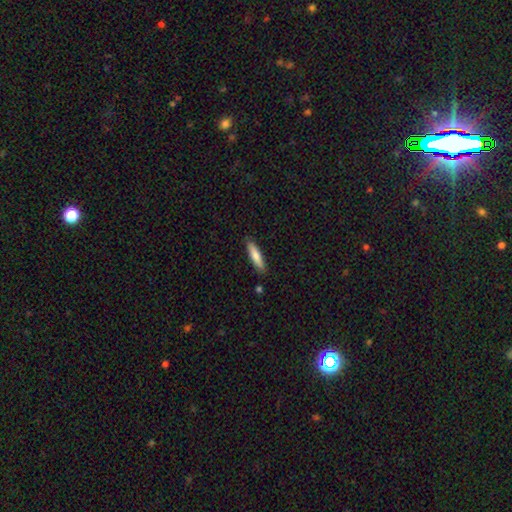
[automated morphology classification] This is likely a smooth galaxy (77%). How rounded: likely cigar-shaped (78%). Merging: clearly none (87%).